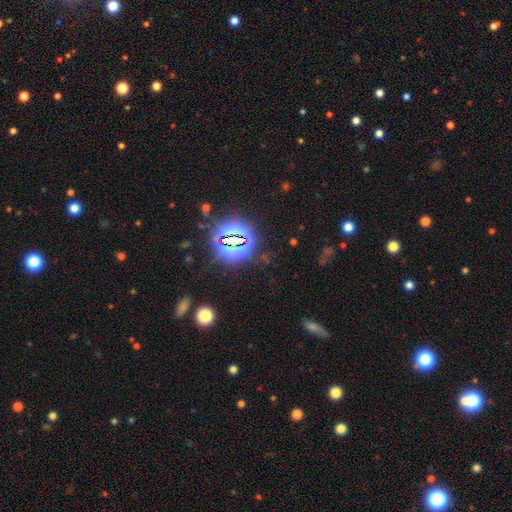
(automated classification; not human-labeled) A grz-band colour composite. It shows a star or artifact, not a galaxy (82%).